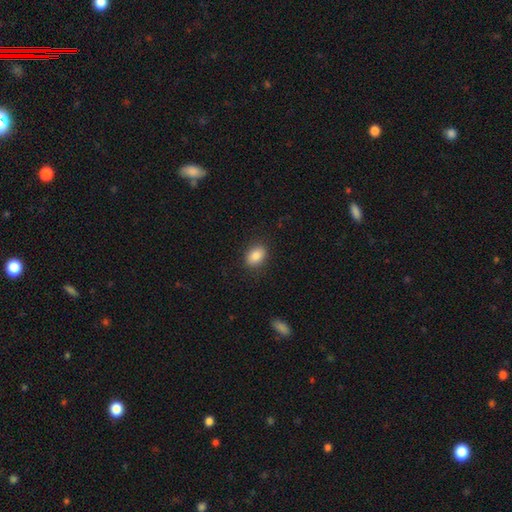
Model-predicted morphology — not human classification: Q: Smooth or featured?
A: smooth (86%); runner-up: star or artifact (8%)
Q: How rounded?
A: in between (75%); runner-up: round (24%)
Q: Merging?
A: none (87%); runner-up: minor disturbance (9%)